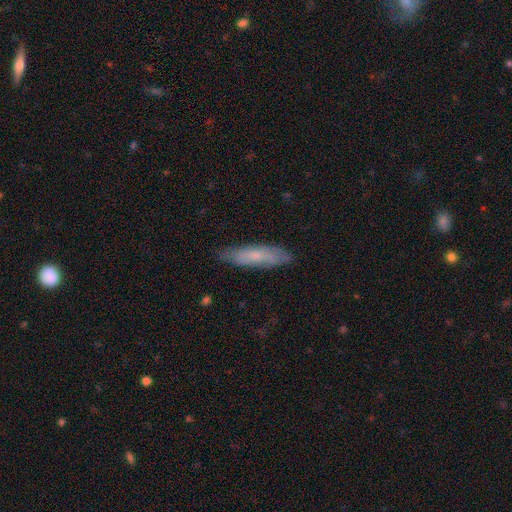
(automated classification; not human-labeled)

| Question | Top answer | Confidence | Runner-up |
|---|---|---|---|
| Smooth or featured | smooth | 62% | featured or disk (32%) |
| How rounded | cigar-shaped | 69% | in between (29%) |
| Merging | none | 79% | minor disturbance (16%) |